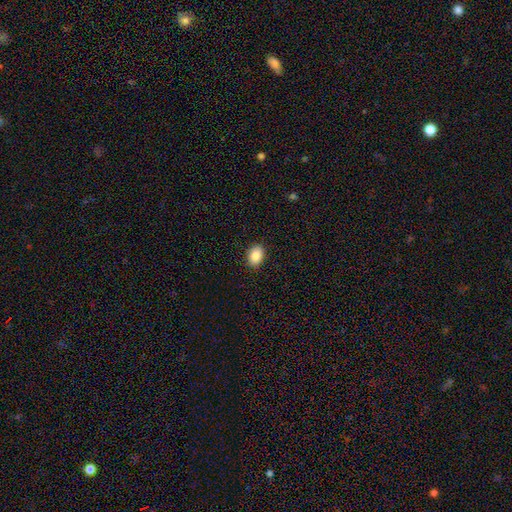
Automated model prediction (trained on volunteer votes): The model was most divided on "how rounded": in between: 78%, round: 21%, cigar-shaped: 1%. More confident: merging — none (89%); smooth or featured — smooth (88%).